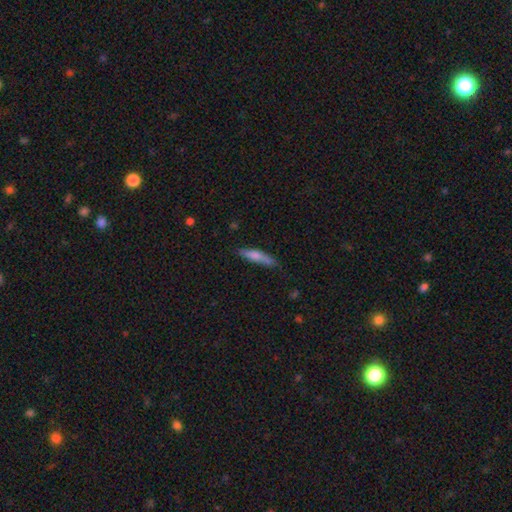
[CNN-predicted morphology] A smooth galaxy with no disk features (72%) that is cigar-shaped (80%). Merging: none (71%).